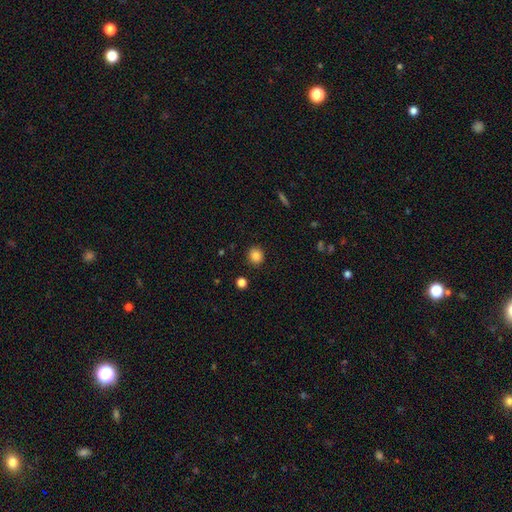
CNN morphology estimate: This appears to be a smooth galaxy with no disk features (85%) that is round (87%). Merging: none (91%).